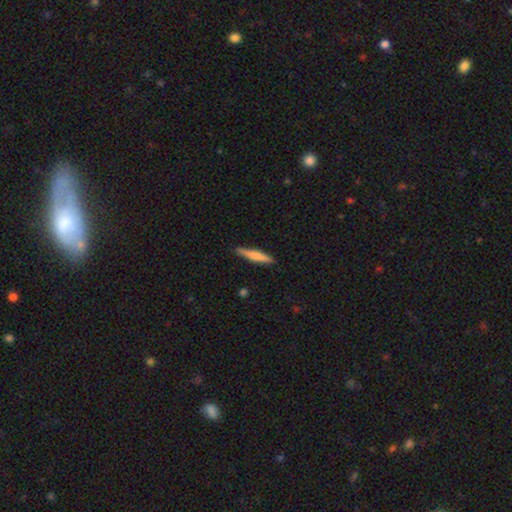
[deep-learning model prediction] Smooth or featured? smooth (60%)
How rounded? cigar-shaped (90%)
Merging? none (88%)